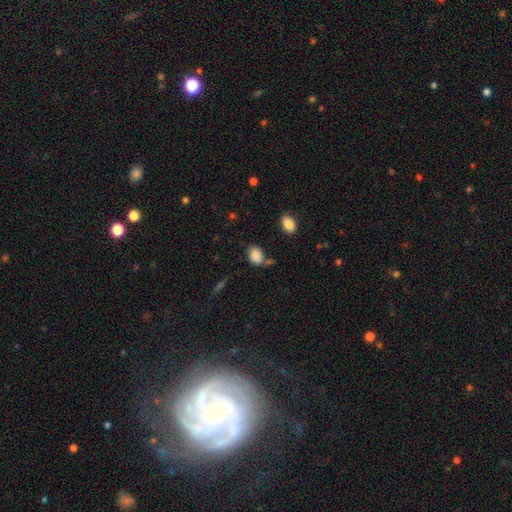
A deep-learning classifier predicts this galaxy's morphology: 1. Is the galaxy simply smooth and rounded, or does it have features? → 86% smooth, 9% star or artifact, 5% featured or disk.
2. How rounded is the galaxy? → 76% in between, 23% round, 1% cigar-shaped.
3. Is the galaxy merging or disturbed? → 63% none, 20% minor disturbance, 11% merger, 5% major disturbance.